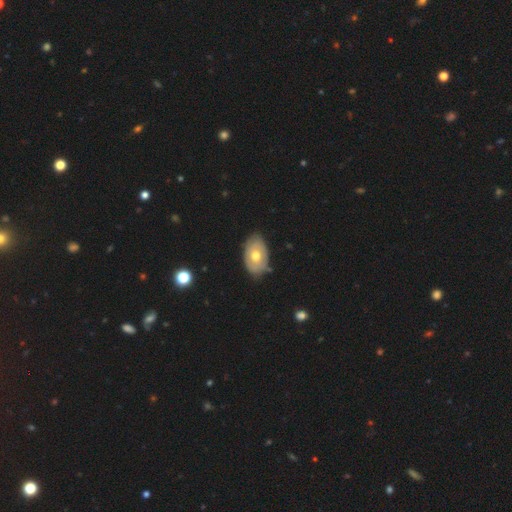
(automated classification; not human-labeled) Smooth or featured? smooth (54%)
How rounded? in between (88%)
Merging? none (74%)